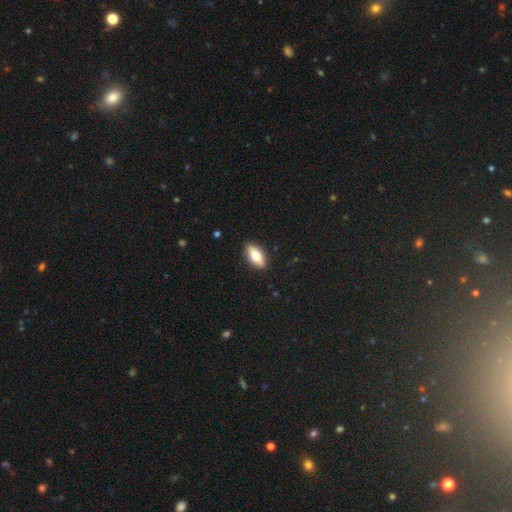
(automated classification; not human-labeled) This appears to be a smooth galaxy with no disk features (71%) that is in between round and cigar-shaped (84%). Merging: none (88%).